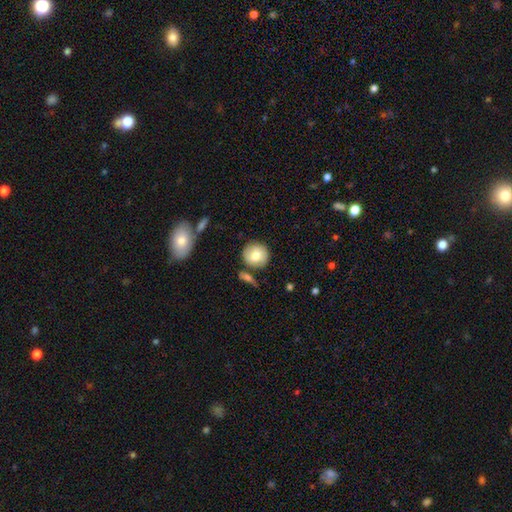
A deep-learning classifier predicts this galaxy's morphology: A smooth galaxy with no disk features (75%) that is round (89%). Merging: none (76%).